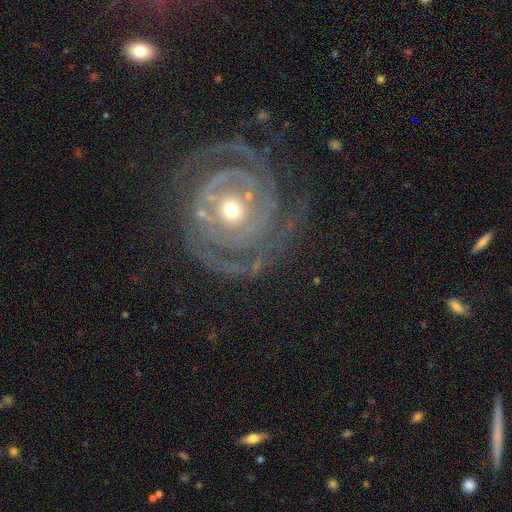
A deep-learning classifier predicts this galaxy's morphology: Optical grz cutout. It shows a featured or disk galaxy (90%) with no bar (57%), 2 (32%) tight (83%) spiral arms (98%) and a moderate central bulge (58%). Merging: none (77%).